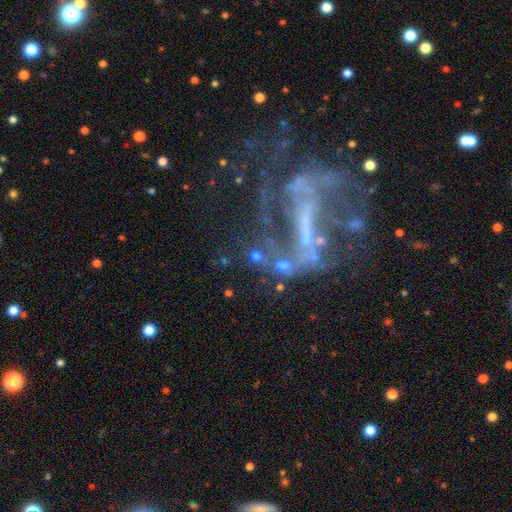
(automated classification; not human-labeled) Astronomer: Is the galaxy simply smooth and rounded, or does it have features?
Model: smooth — 44% (runner-up: featured or disk, 31%).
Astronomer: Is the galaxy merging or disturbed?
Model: none — 51%.